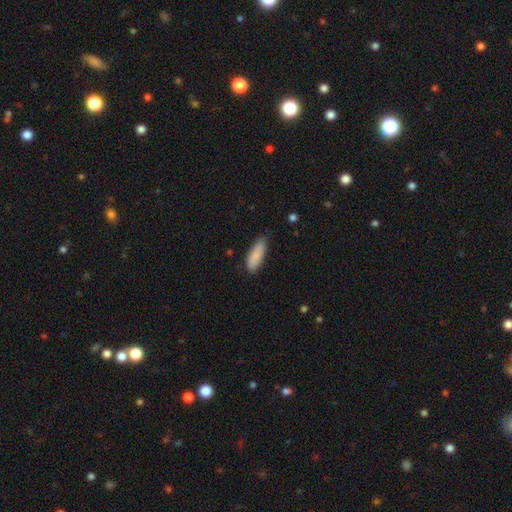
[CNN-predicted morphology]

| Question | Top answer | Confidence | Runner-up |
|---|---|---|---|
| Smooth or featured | smooth | 88% | featured or disk (6%) |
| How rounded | in between | 64% | cigar-shaped (34%) |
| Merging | none | 76% | minor disturbance (20%) |